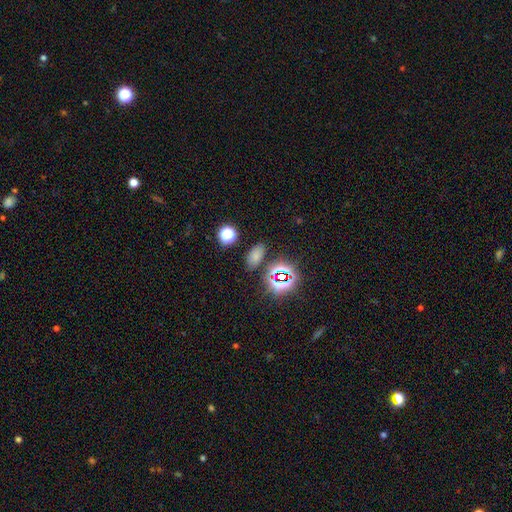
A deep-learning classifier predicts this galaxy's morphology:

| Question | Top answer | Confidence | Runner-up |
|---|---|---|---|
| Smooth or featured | smooth | 62% | star or artifact (30%) |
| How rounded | in between | 85% | round (11%) |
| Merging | none | 82% | minor disturbance (10%) |